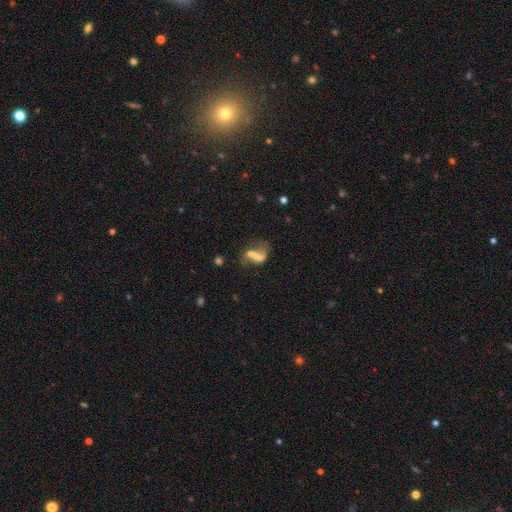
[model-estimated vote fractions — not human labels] Overall: smooth (45%; featured or disk 42%). Merging: none (30%; major disturbance 29%).